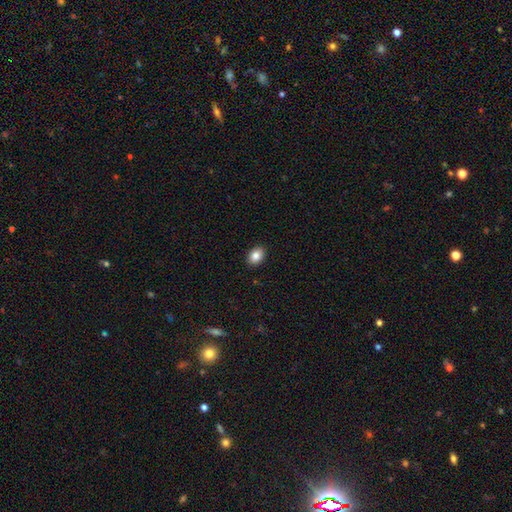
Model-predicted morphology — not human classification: This is clearly a smooth galaxy (86%). How rounded: likely in between (70%). Merging: clearly none (91%).